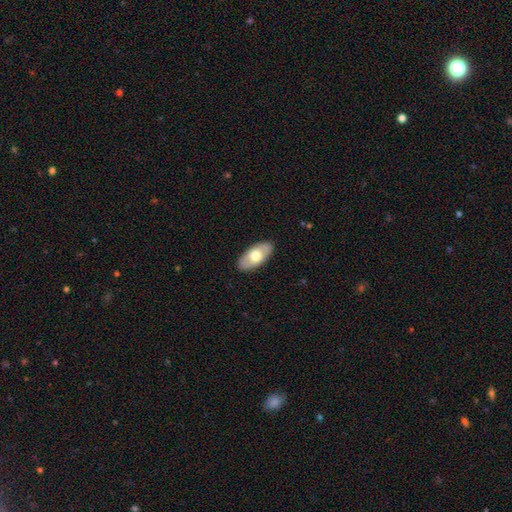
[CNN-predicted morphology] smooth-or-featured: smooth: 59% | featured or disk: 36% | star or artifact: 5%
  how-rounded: in between: 92% | cigar-shaped: 5% | round: 3%
  merging: none: 88% | minor disturbance: 9% | major disturbance: 2% | merger: 1%